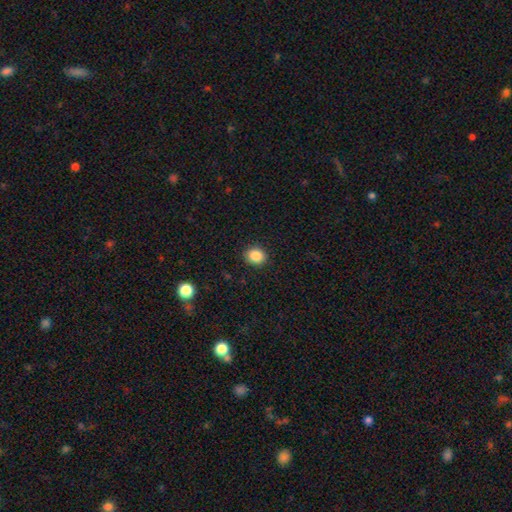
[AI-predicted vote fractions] Smooth or featured?
  - smooth: 87% *
  - star or artifact: 10%
  - featured or disk: 4%
How rounded?
  - round: 73% *
  - in between: 26%
  - cigar-shaped: 1%
Merging?
  - none: 90% *
  - minor disturbance: 7%
  - major disturbance: 2%
  - merger: 1%